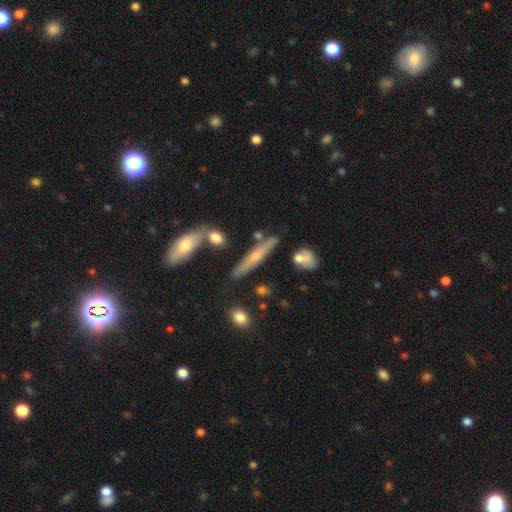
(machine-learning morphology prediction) smooth_or_featured: featured or disk (p=0.53) [alt: smooth p=0.39]
disk_edge_on: yes (p=0.91) [alt: no p=0.09]
merging: none (p=0.75) [alt: minor disturbance p=0.12]